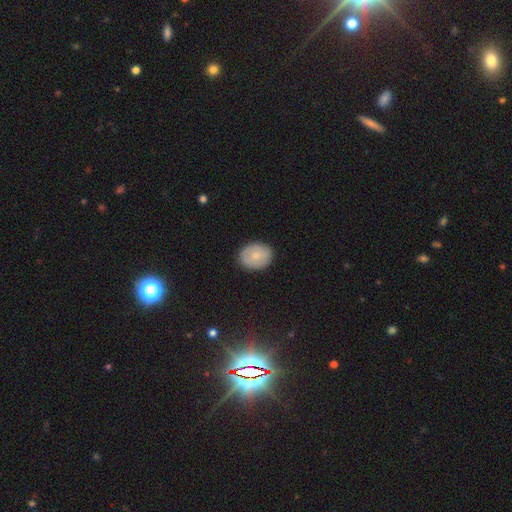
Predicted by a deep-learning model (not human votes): This appears to be a smooth galaxy with no disk features (70%) that is round (59%). Merging: none (87%).